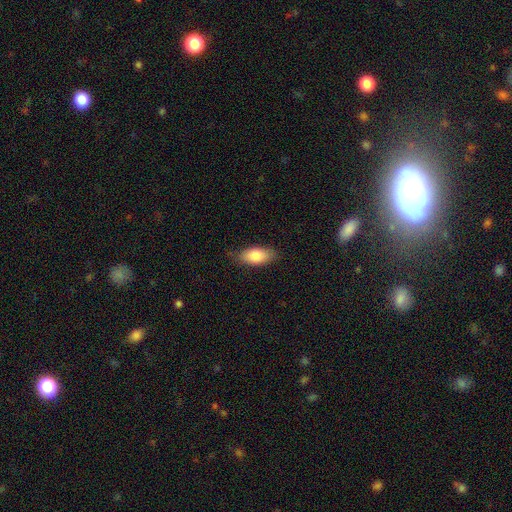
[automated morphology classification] Smooth or featured? Predicted: smooth (p=0.83). How rounded? Predicted: in between (p=0.89). Merging? Predicted: none (p=0.80).